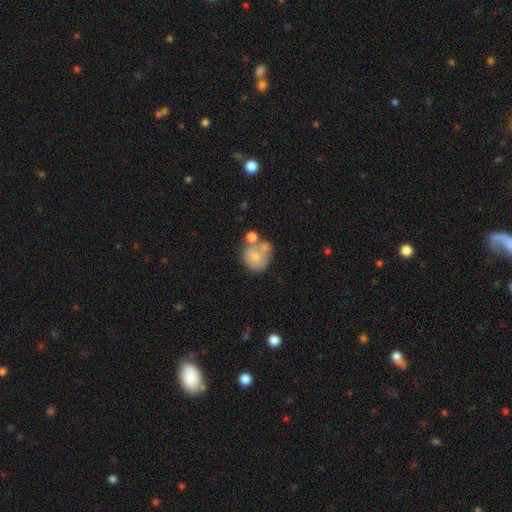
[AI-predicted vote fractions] Smooth or featured? smooth (63%)
How rounded? round (78%)
Merging? none (38%)